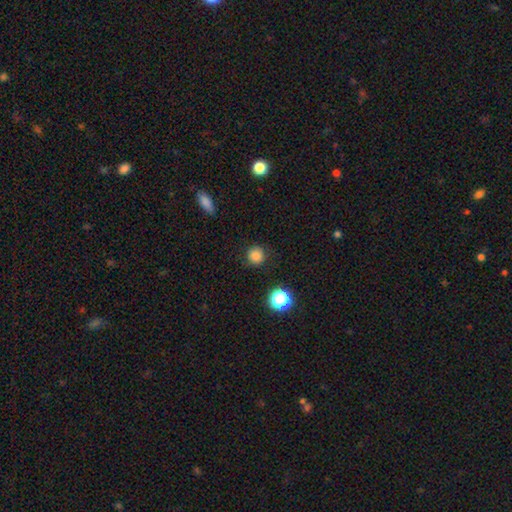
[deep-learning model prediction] smooth 83%, star or artifact 13%, featured or disk 4%. Down the decision tree: how rounded — round (94%); merging — none (88%).